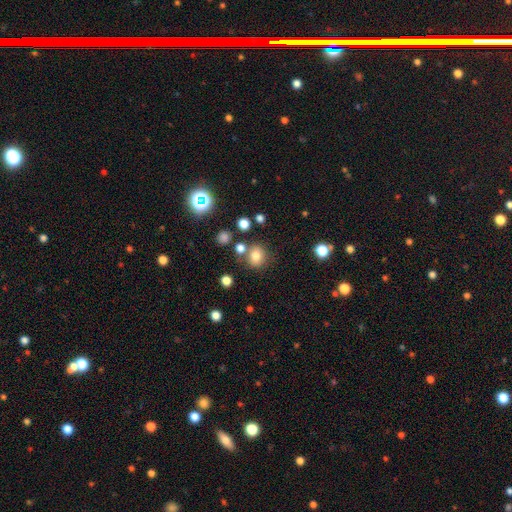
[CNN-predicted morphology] This appears to be a smooth galaxy with no disk features (77%) that is round (80%). Merging: none (73%).